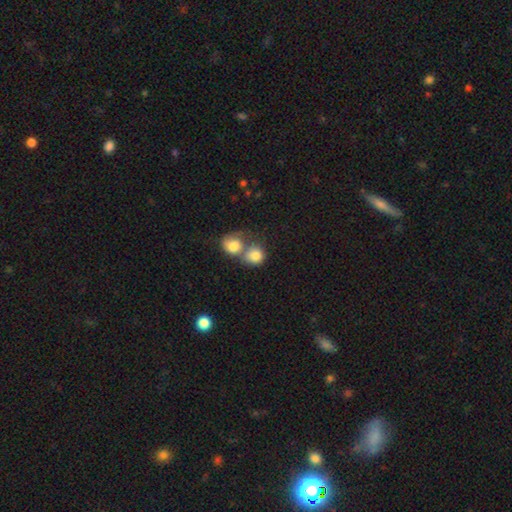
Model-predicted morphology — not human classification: type=smooth (82%); roundness=round (78%); merging=merger (61%).